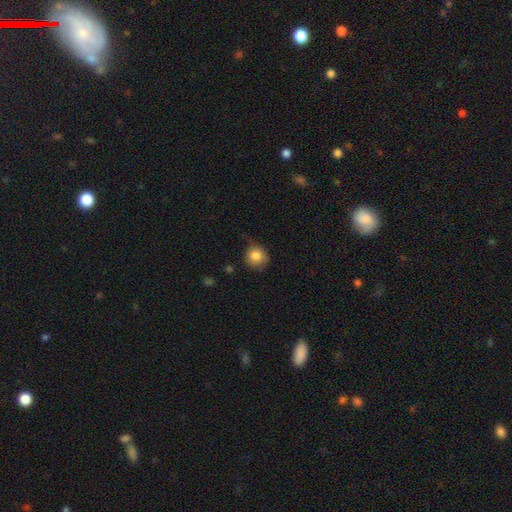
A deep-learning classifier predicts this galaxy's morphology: Smooth or featured? Predicted: smooth (p=0.84). How rounded? Predicted: round (p=0.87). Merging? Predicted: none (p=0.69).